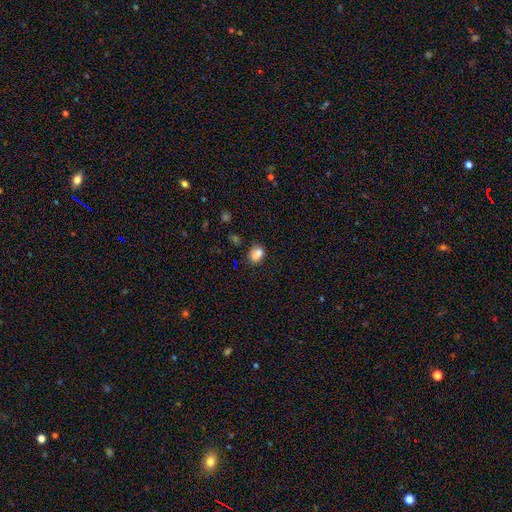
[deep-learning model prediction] Overall: smooth (80%). How rounded: in between (69%). Merging: none (65%).